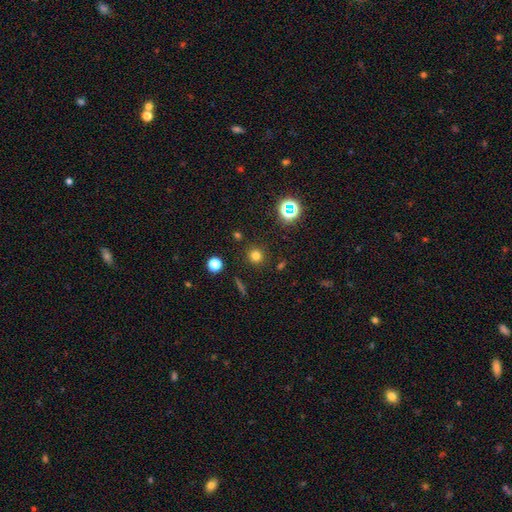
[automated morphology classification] Smooth or featured?
  - smooth: 74% *
  - star or artifact: 19%
  - featured or disk: 7%
How rounded?
  - round: 94% *
  - in between: 5%
  - cigar-shaped: 1%
Merging?
  - none: 88% *
  - minor disturbance: 7%
  - major disturbance: 3%
  - merger: 3%